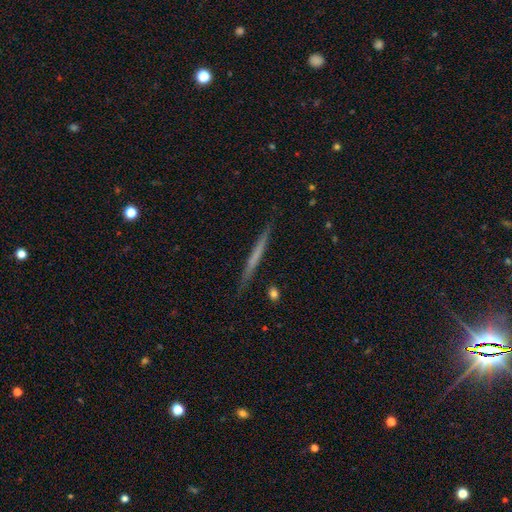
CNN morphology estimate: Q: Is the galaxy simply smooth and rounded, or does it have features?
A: featured or disk — 47%, tied with smooth.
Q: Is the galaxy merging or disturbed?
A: none — 89%.